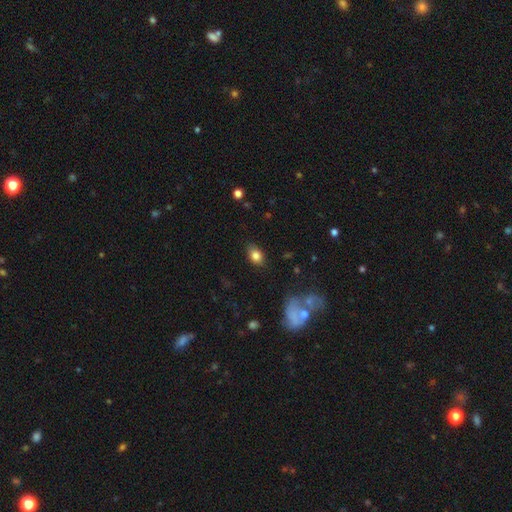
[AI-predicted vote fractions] This is clearly a smooth galaxy (82%). How rounded: likely in between (77%). Merging: clearly none (80%).